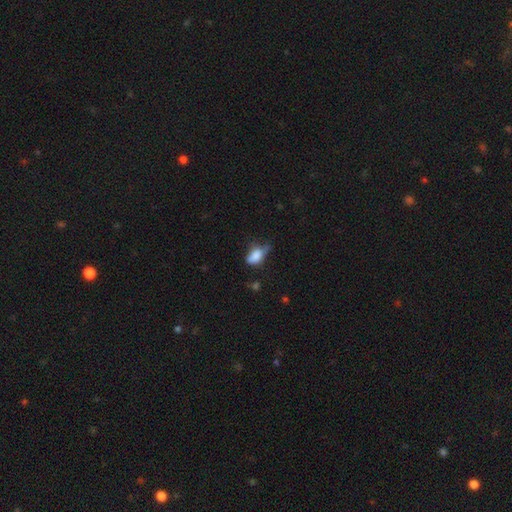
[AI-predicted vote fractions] Morphology: type=smooth (74%); roundness=in between (83%); merging=minor disturbance (40%).